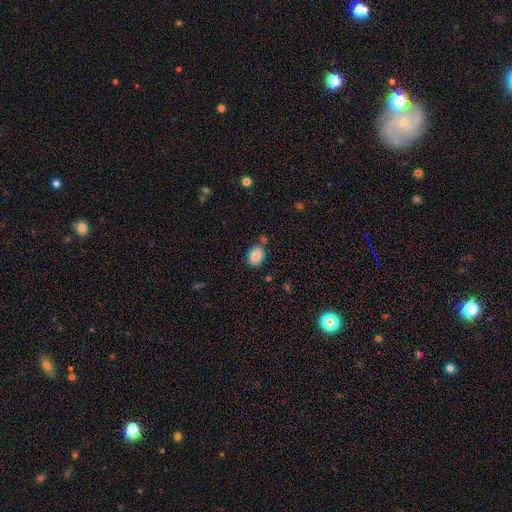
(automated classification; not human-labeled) Smooth or featured? Predicted: smooth (p=0.88). How rounded? Predicted: in between (p=0.58). Merging? Predicted: none (p=0.73).